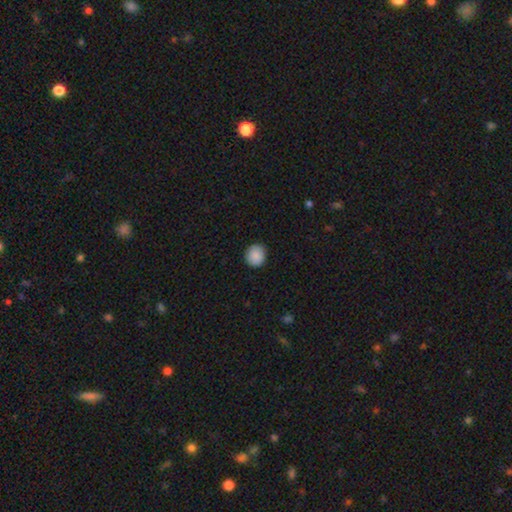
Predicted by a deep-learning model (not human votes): Q: Smooth or featured?
A: smooth (89%); runner-up: star or artifact (8%)
Q: How rounded?
A: round (83%); runner-up: in between (17%)
Q: Merging?
A: none (89%); runner-up: minor disturbance (8%)